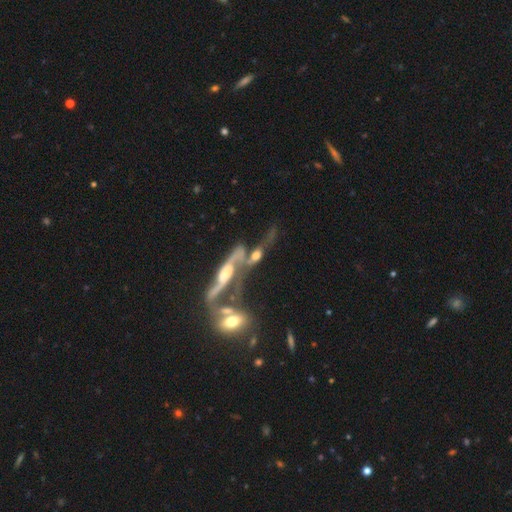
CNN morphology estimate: smooth_or_featured: featured or disk (p=0.61) [alt: smooth p=0.28]
disk_edge_on: no (p=0.70) [alt: yes p=0.30]
merging: merger (p=0.66) [alt: none p=0.14]